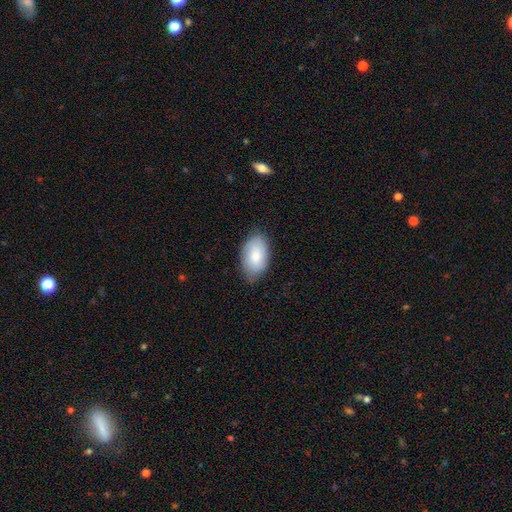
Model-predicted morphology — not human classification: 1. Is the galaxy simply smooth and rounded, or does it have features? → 77% smooth, 17% featured or disk, 6% star or artifact.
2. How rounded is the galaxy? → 94% in between, 5% round, 1% cigar-shaped.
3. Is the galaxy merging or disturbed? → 76% none, 19% minor disturbance, 3% major disturbance, 1% merger.